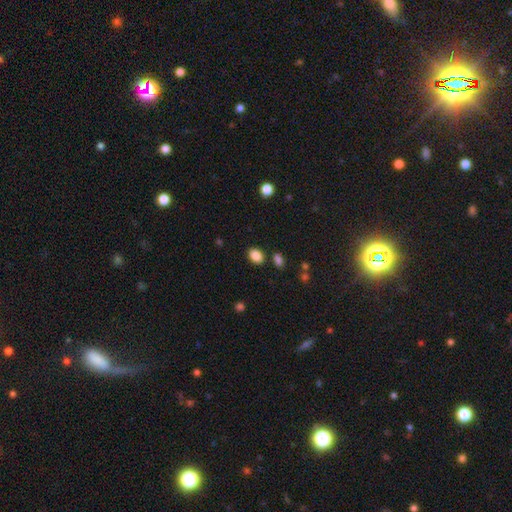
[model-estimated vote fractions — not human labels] The model was most divided on "how rounded": in between: 73%, round: 26%, cigar-shaped: 1%. More confident: smooth or featured — smooth (87%); merging — none (83%).